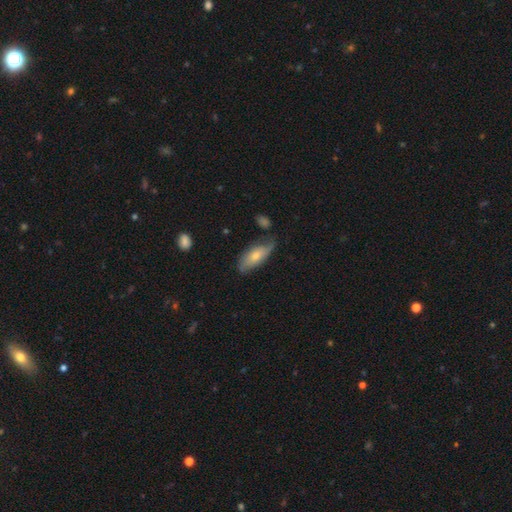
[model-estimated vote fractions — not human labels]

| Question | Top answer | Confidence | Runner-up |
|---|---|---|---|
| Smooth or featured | smooth | 62% | featured or disk (32%) |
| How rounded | in between | 81% | cigar-shaped (16%) |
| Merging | none | 58% | minor disturbance (29%) |